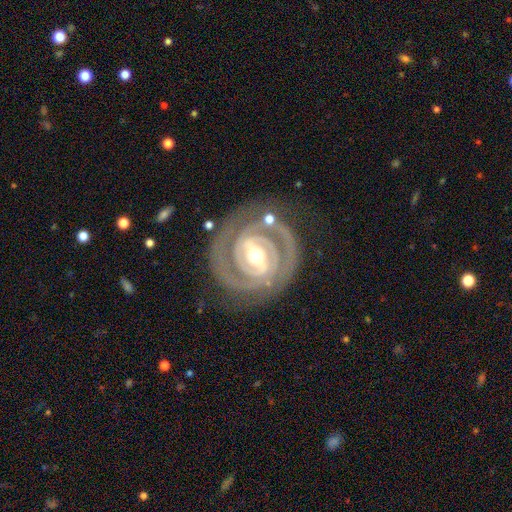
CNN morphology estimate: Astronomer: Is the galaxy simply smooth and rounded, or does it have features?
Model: featured or disk — 92%.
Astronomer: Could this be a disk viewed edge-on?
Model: no — 97%.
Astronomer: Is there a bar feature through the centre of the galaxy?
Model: strong — 60%.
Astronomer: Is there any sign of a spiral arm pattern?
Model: yes — 97%.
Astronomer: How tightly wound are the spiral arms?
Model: tight — 81%.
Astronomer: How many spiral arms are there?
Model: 2 — 81%.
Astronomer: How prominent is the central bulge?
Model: moderate — 65%.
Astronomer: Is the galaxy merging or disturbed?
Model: none — 79%.